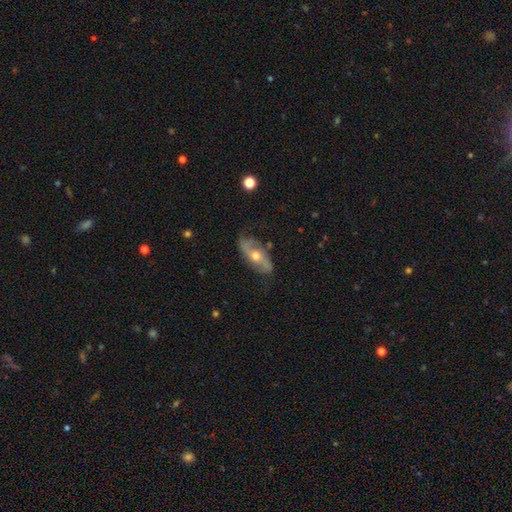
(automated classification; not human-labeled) smooth_or_featured: featured or disk (p=0.68) [alt: smooth p=0.25]
disk_edge_on: no (p=0.82) [alt: yes p=0.18]
bar: no (p=0.65) [alt: weak p=0.24]
has_spiral_arms: yes (p=0.80) [alt: no p=0.20]
bulge_size: moderate (p=0.72) [alt: small p=0.23]
merging: none (p=0.75) [alt: minor disturbance p=0.18]